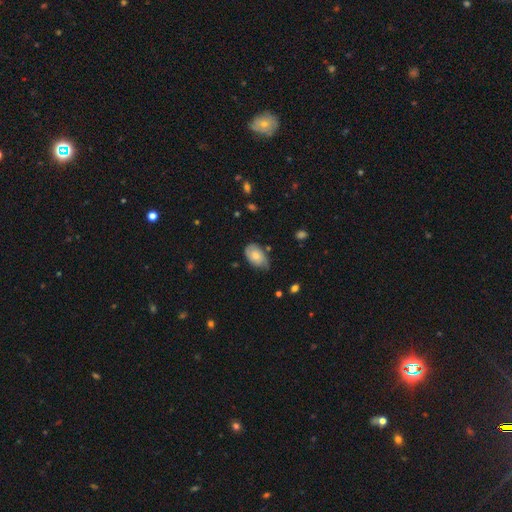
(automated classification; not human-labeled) smooth-or-featured: smooth: 52% | featured or disk: 41% | star or artifact: 7%
  how-rounded: in between: 88% | round: 10% | cigar-shaped: 1%
  merging: none: 57% | minor disturbance: 33% | major disturbance: 8% | merger: 2%